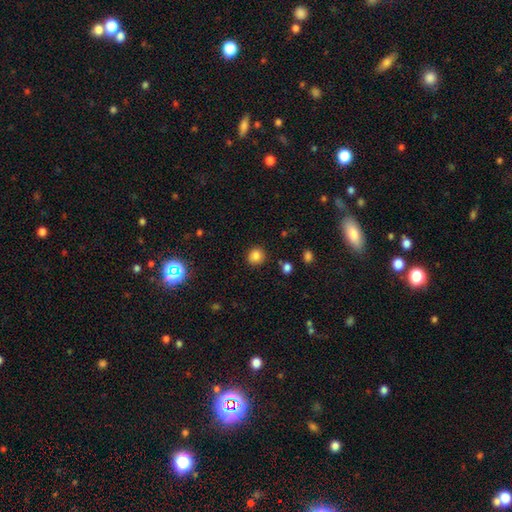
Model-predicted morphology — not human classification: type=smooth (83%); roundness=round (89%); merging=none (89%).